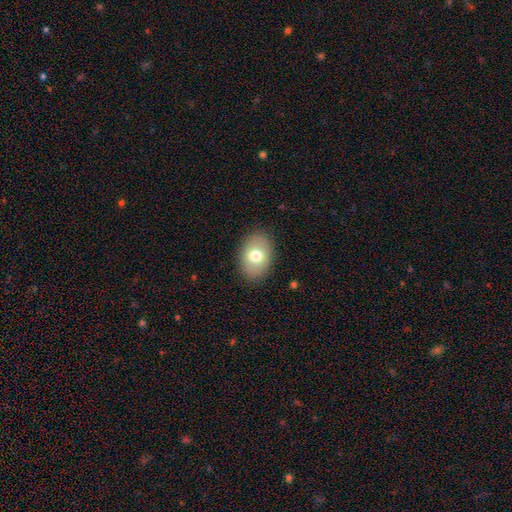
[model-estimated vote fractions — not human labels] Smooth or featured: smooth — 72% (featured or disk — 20%)
How rounded: in between — 81% (round — 18%)
Merging: none — 87% (minor disturbance — 9%)